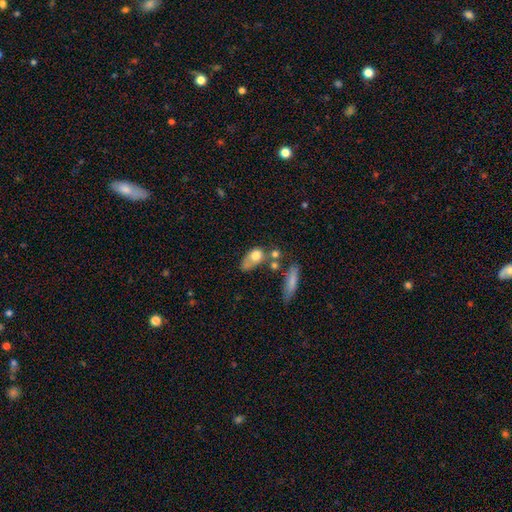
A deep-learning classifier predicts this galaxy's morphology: type=smooth (67%); roundness=in between (73%); merging=merger (28%).